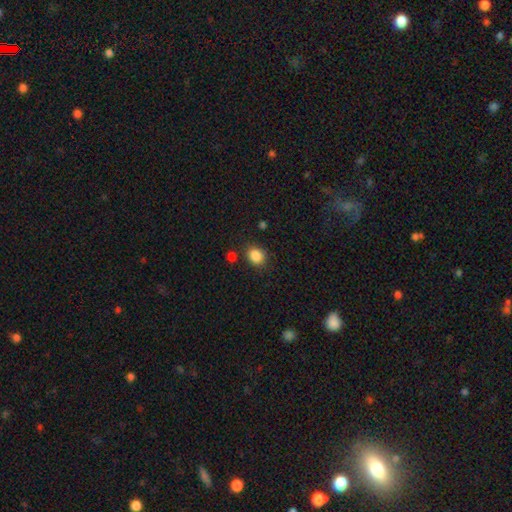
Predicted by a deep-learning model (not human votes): Morphology: type=smooth (86%); roundness=round (68%); merging=none (81%).